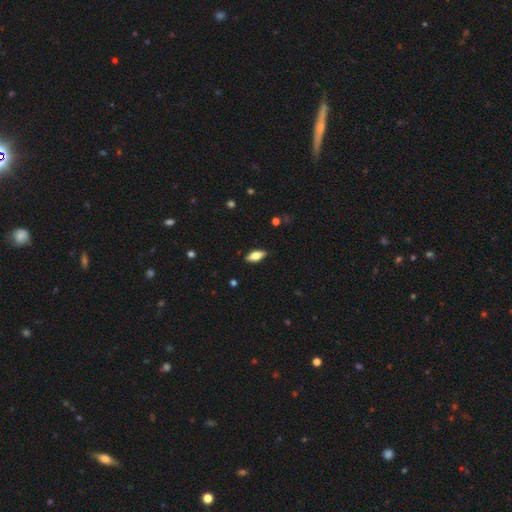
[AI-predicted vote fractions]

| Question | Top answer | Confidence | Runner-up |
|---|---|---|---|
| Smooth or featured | smooth | 61% | featured or disk (32%) |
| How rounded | in between | 77% | cigar-shaped (20%) |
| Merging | none | 87% | minor disturbance (10%) |